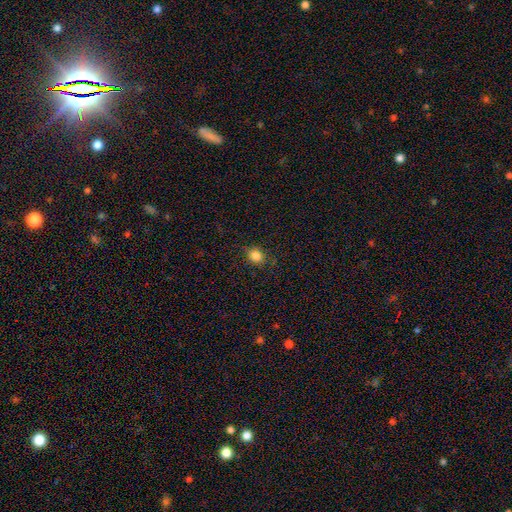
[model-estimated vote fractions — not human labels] smooth_or_featured: smooth (p=0.83) [alt: star or artifact p=0.12]
how_rounded: round (p=0.74) [alt: in between p=0.25]
merging: none (p=0.86) [alt: minor disturbance p=0.10]